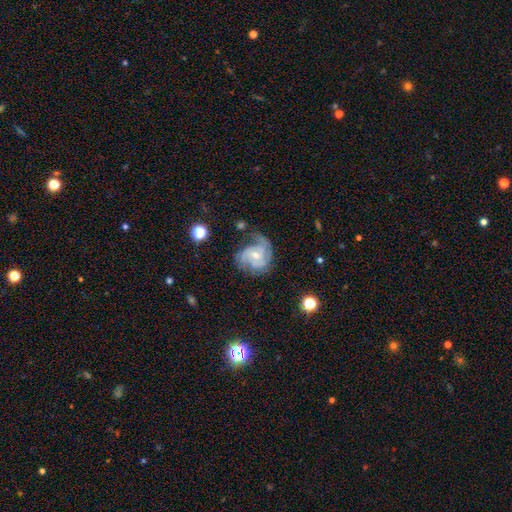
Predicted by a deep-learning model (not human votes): Smooth or featured? Predicted: featured or disk (p=0.83). Edge-on disk? Predicted: no (p=0.98). Bar? Predicted: no (p=0.55). Spiral arms? Predicted: yes (p=0.95). Spiral winding? Predicted: medium (p=0.44). Spiral arm count? Predicted: 3 (p=0.34). Bulge size? Predicted: small (p=0.56). Merging? Predicted: none (p=0.54).